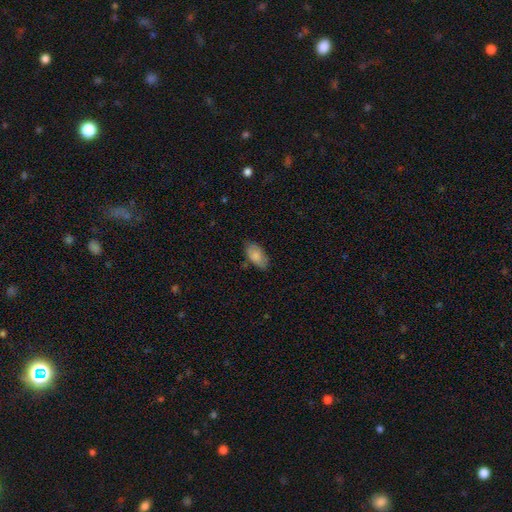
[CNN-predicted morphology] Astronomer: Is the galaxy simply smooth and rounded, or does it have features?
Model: smooth — 83%.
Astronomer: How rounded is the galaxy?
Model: in between — 94%.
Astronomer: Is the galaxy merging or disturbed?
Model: none — 76%.